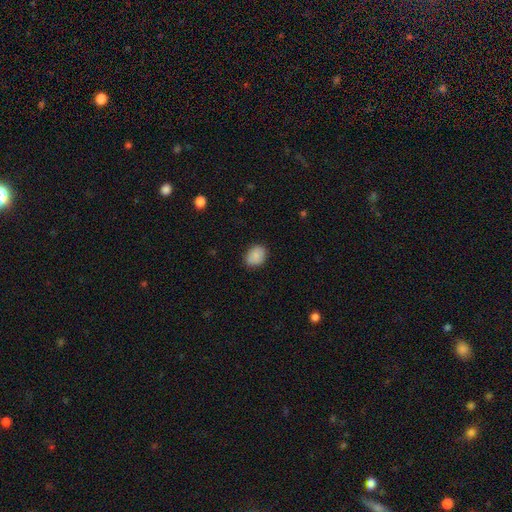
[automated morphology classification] This is clearly a smooth galaxy (84%). How rounded: possibly in between (55%). Merging: clearly none (82%).